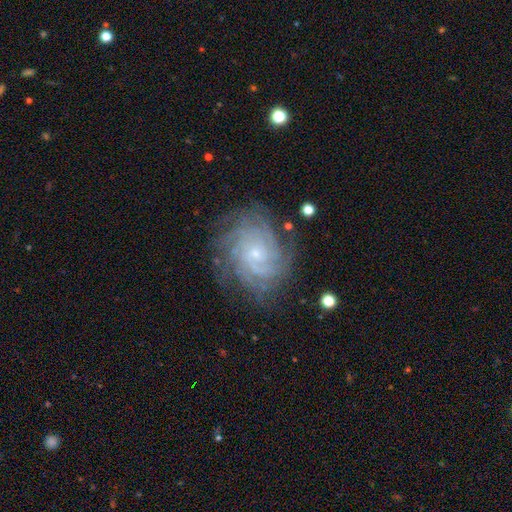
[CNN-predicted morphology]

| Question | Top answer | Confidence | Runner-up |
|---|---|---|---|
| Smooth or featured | featured or disk | 82% | star or artifact (10%) |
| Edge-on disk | no | 97% | yes (3%) |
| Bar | no | 73% | weak (22%) |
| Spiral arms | yes | 97% | no (3%) |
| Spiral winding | tight | 72% | medium (23%) |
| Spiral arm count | can't tell | 29% | 4 (21%) |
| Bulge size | small | 78% | moderate (17%) |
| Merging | none | 80% | minor disturbance (13%) |